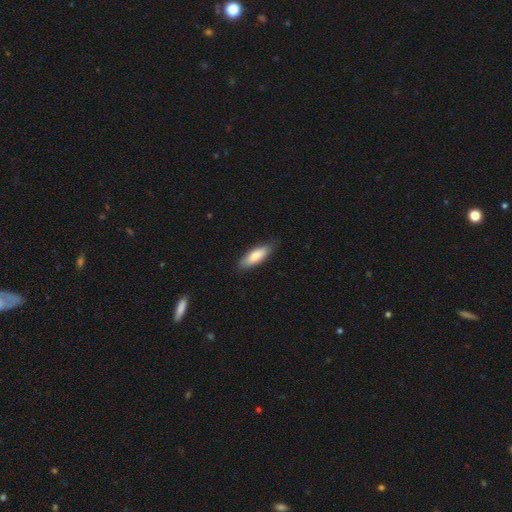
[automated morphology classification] This appears to be a smooth galaxy with no disk features (79%) that is in between round and cigar-shaped (64%). Merging: none (83%).